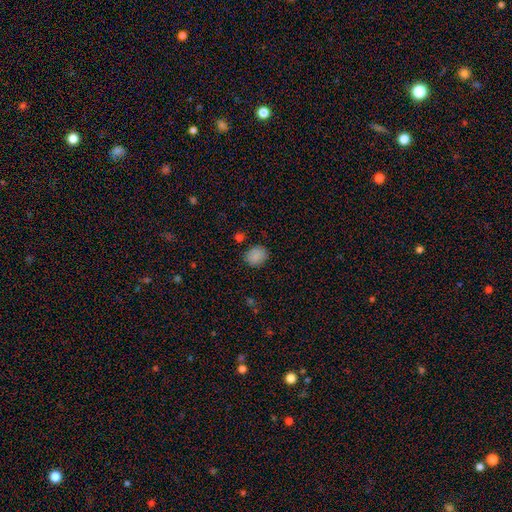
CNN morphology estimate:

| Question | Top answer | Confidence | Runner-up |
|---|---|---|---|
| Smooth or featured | smooth | 86% | star or artifact (9%) |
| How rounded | round | 61% | in between (39%) |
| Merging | none | 83% | minor disturbance (12%) |